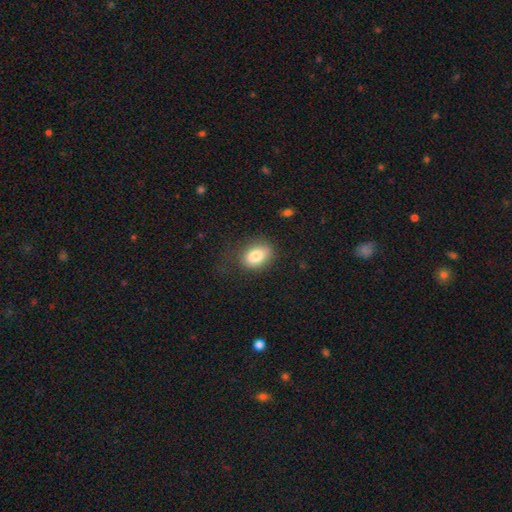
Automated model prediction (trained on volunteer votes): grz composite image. It shows a smooth galaxy with no disk features (83%) that is in between round and cigar-shaped (67%). Merging: none (69%).